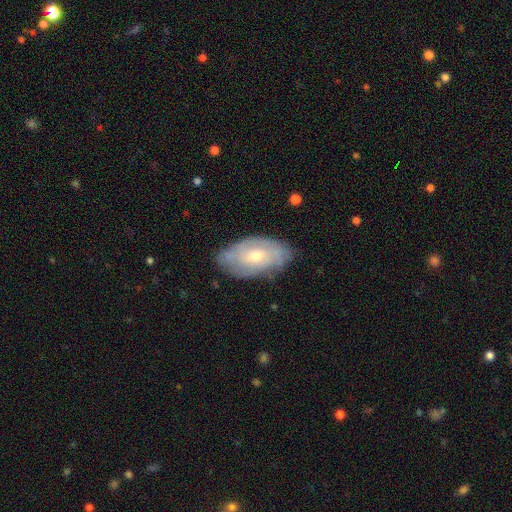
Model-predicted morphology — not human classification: A featured or disk galaxy (62%) with no bar (69%), spiral arms (72%) and a moderate central bulge (54%).

Vote fractions:
- Smooth or featured? featured or disk: 62% / smooth: 32% / star or artifact: 6%
- Edge-on disk? no: 91% / yes: 9%
- Bar? no: 69% / weak: 26% / strong: 5%
- Spiral arms? yes: 72% / no: 28%
- Bulge size? moderate: 54% / small: 42% / large: 2% / none: 1% / dominant: 1%
- Merging? none: 73% / minor disturbance: 22% / major disturbance: 5% / merger: 1%